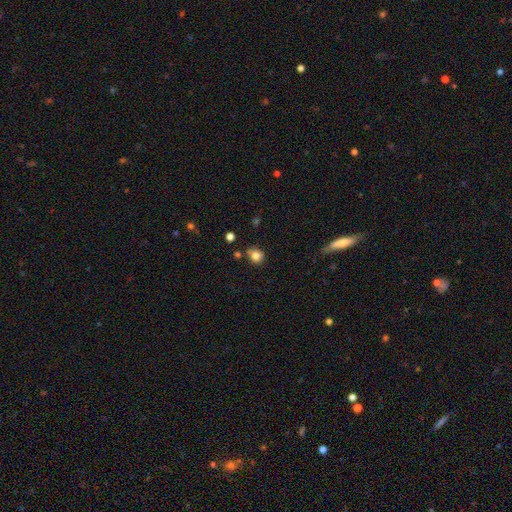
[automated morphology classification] This appears to be a smooth galaxy with no disk features (79%) that is round (76%). Merging: none (67%).